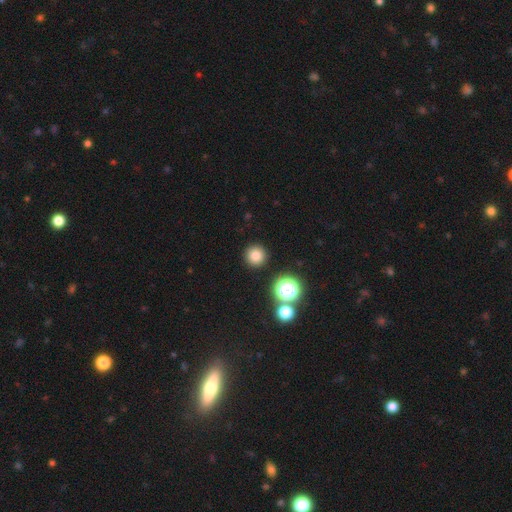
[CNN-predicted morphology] A smooth galaxy with no disk features (80%) that is round (96%). Merging: none (91%).